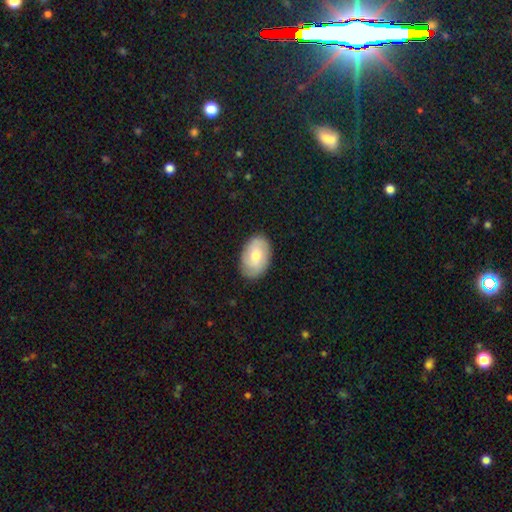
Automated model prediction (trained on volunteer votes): A smooth galaxy with no disk features (68%) that is in between round and cigar-shaped (89%). Merging: none (85%).